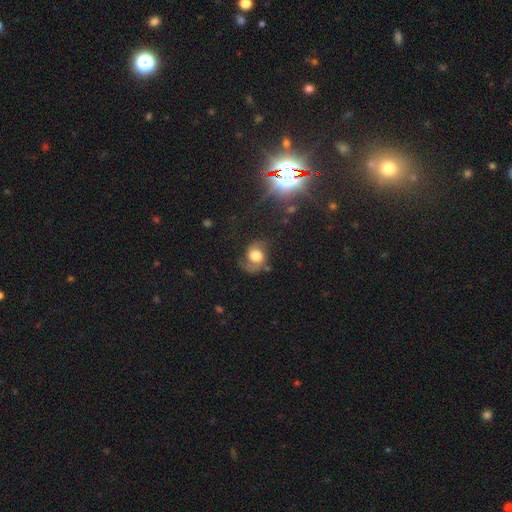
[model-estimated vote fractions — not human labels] Overall: featured or disk (55%; smooth 34%). Edge-on disk: no (97%). Bar: no (68%). Spiral arms: yes (87%). Bulge size: large (48%; moderate 35%). Merging: none (54%; minor disturbance 23%).